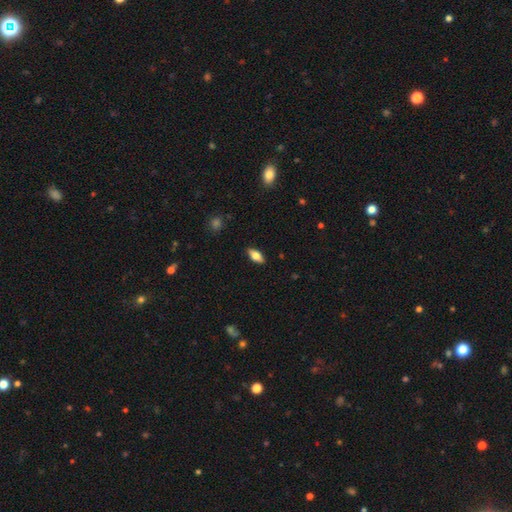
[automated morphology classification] smooth 69%, featured or disk 23%, star or artifact 7%. Down the decision tree: how rounded — in between (84%); merging — none (88%).